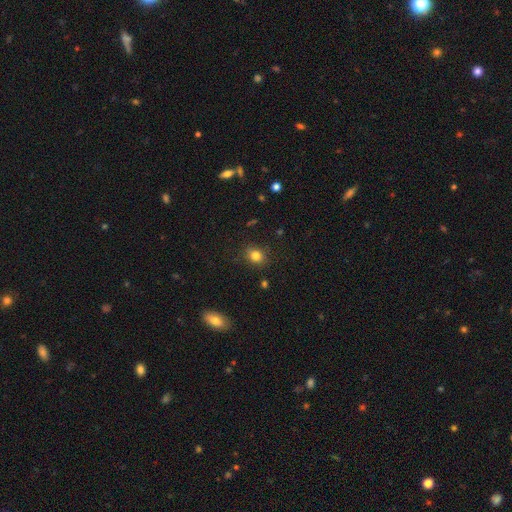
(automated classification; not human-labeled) Smooth or featured? Predicted: smooth (p=0.82). How rounded? Predicted: round (p=0.59). Merging? Predicted: none (p=0.84).